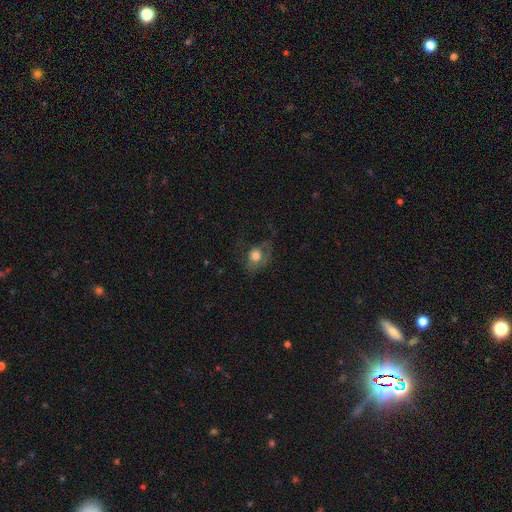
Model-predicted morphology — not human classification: This appears to be a smooth galaxy with no disk features (60%) that is in between round and cigar-shaped (50%). Merging: none (39%).